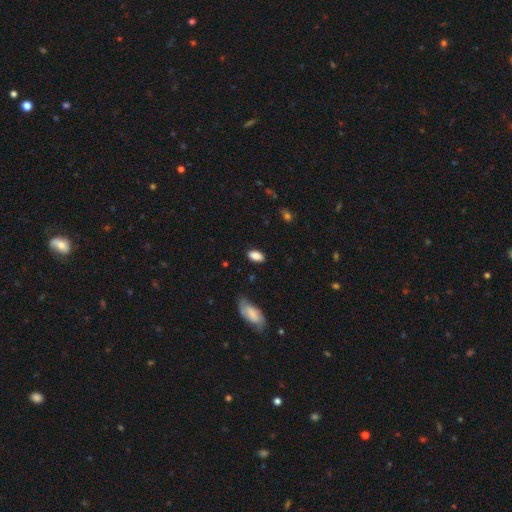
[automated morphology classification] Q: Smooth or featured?
A: smooth (86%); runner-up: star or artifact (7%)
Q: How rounded?
A: in between (92%); runner-up: round (5%)
Q: Merging?
A: none (81%); runner-up: minor disturbance (14%)